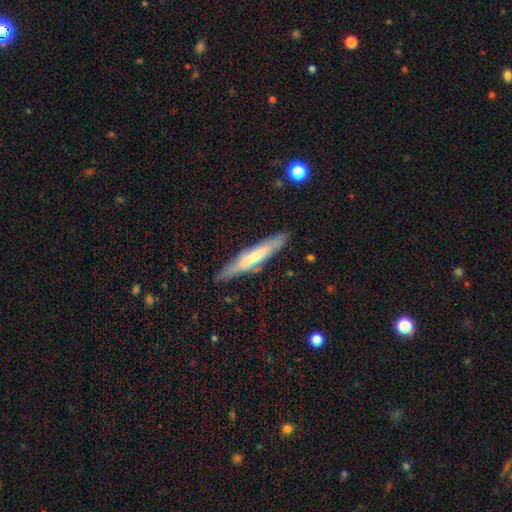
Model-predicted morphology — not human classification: This is possibly a smooth galaxy (48%). Merging: clearly none (84%).